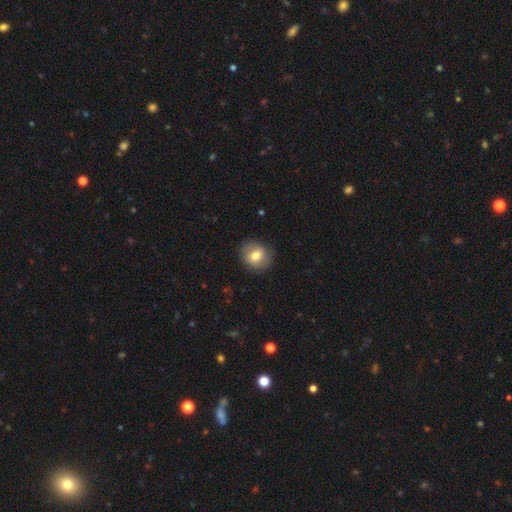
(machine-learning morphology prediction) Smooth or featured? smooth (72%)
How rounded? round (73%)
Merging? none (85%)